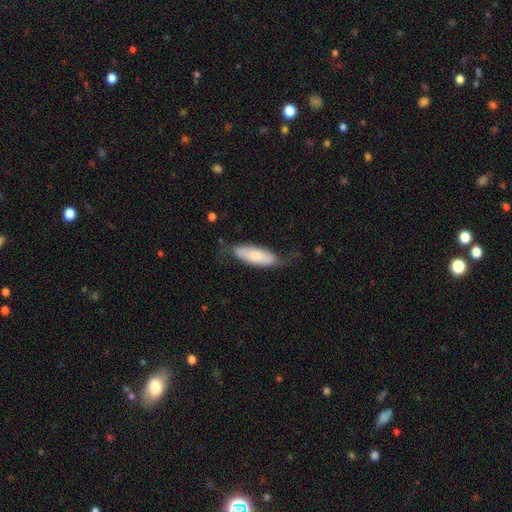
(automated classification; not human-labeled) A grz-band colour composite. It shows a smooth galaxy with no disk features (71%) that is in between round and cigar-shaped (67%). Merging: none (61%).